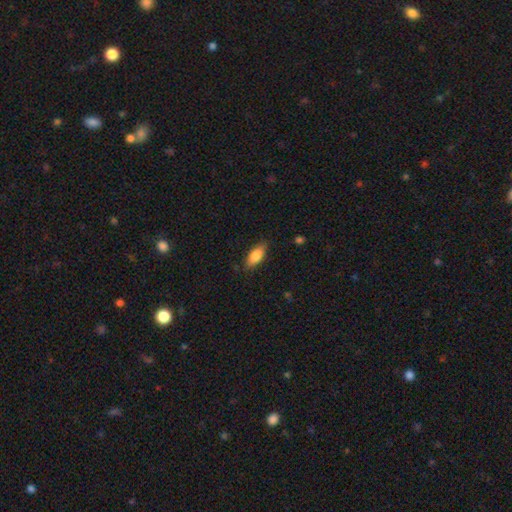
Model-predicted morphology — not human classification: Overall: smooth (84%). How rounded: in between (83%). Merging: none (81%).